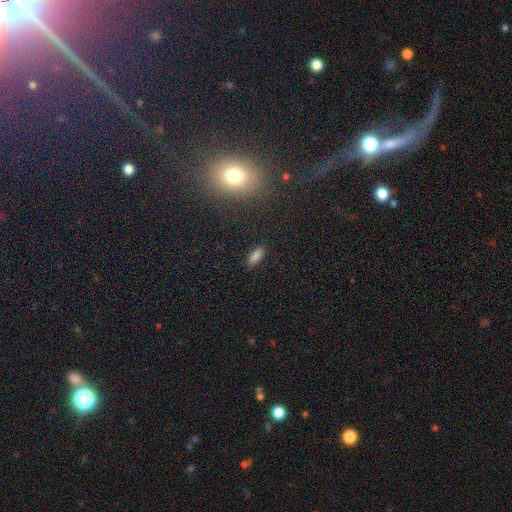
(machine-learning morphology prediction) Smooth or featured?
  - smooth: 83% *
  - star or artifact: 11%
  - featured or disk: 6%
How rounded?
  - in between: 75% *
  - cigar-shaped: 22%
  - round: 3%
Merging?
  - none: 88% *
  - minor disturbance: 9%
  - major disturbance: 2%
  - merger: 1%